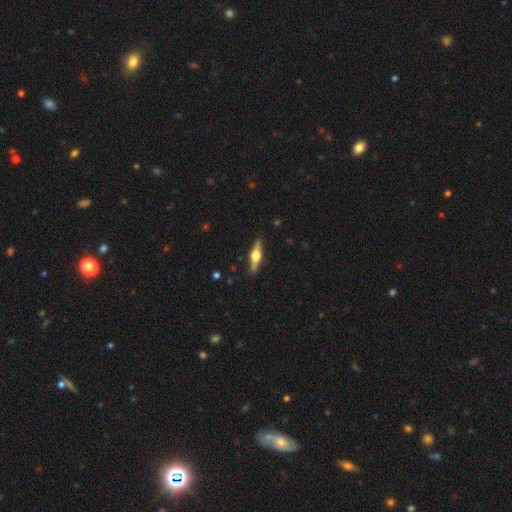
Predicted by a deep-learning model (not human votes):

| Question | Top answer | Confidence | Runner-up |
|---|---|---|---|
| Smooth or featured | featured or disk | 62% | smooth (32%) |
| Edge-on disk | yes | 95% | no (5%) |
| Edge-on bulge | rounded | 95% | boxy (4%) |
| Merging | none | 88% | minor disturbance (9%) |